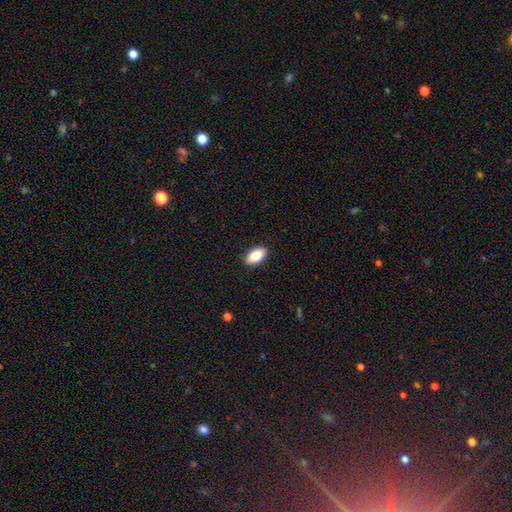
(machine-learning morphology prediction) This appears to be a smooth galaxy with no disk features (84%) that is in between round and cigar-shaped (92%). Merging: none (90%).